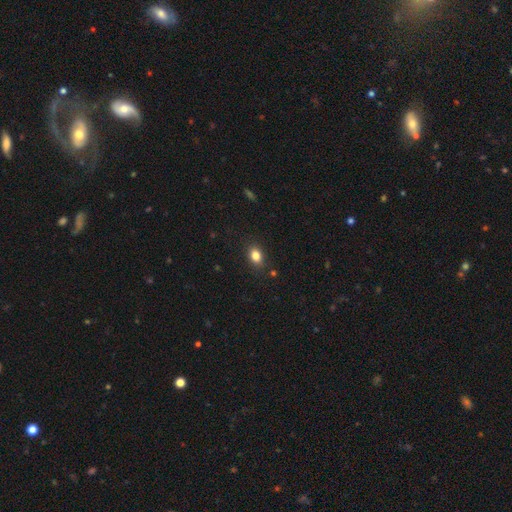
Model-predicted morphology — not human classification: smooth 83%, star or artifact 10%, featured or disk 6%. Down the decision tree: how rounded — in between (73%); merging — none (86%).